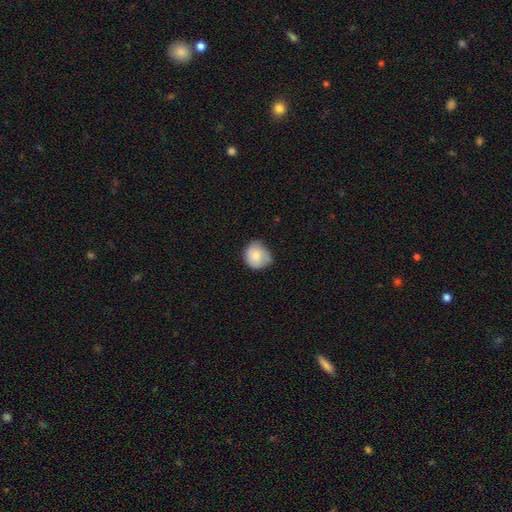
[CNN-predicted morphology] smooth 77%, featured or disk 16%, star or artifact 7%. Down the decision tree: how rounded — round (77%); merging — none (54%).